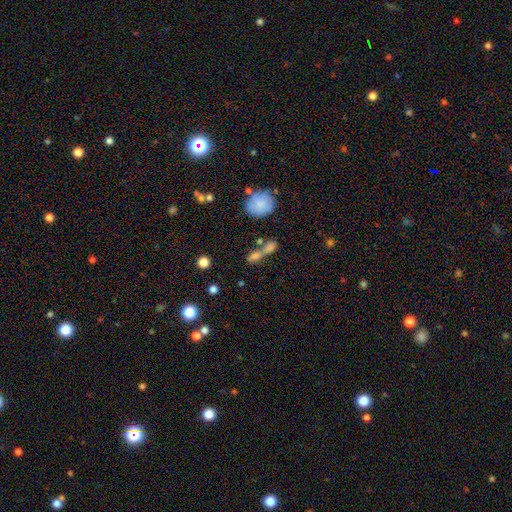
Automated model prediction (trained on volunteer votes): smooth 64%, featured or disk 21%, star or artifact 15%. Down the decision tree: how rounded — in between (48%); merging — merger (48%).